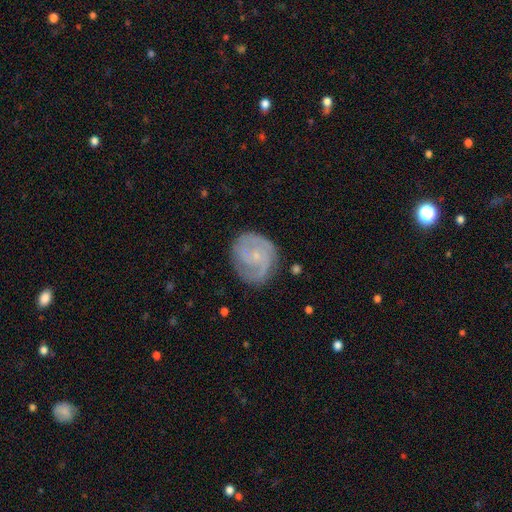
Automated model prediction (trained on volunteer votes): A featured or disk galaxy (79%) with no bar (70%), 2 (54%) tight (51%) spiral arms (94%) and a small central bulge (82%).

Vote fractions:
- Smooth or featured? featured or disk: 79% / smooth: 15% / star or artifact: 6%
- Edge-on disk? no: 98% / yes: 2%
- Bar? no: 70% / weak: 25% / strong: 4%
- Spiral arms? yes: 94% / no: 6%
- Spiral winding? tight: 51% / medium: 38% / loose: 11%
- Spiral arm count? 2: 54% / can't tell: 17% / 3: 16% / 1: 6% / 4: 4% / more than 4: 3%
- Bulge size? small: 82% / moderate: 12% / none: 4% / large: 1% / dominant: 1%
- Merging? none: 76% / minor disturbance: 17% / major disturbance: 6% / merger: 1%